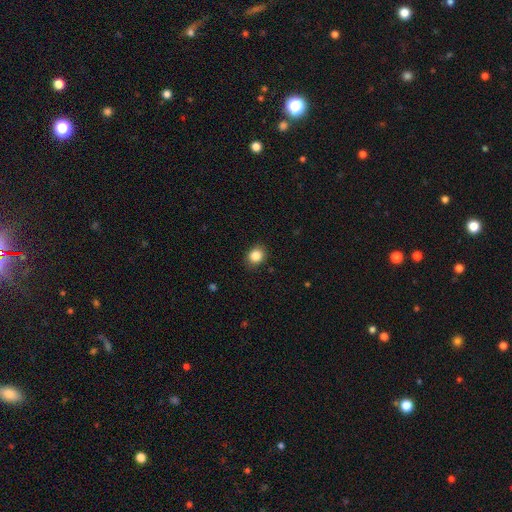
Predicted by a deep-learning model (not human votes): This is clearly a smooth galaxy (86%). How rounded: likely round (67%). Merging: clearly none (89%).